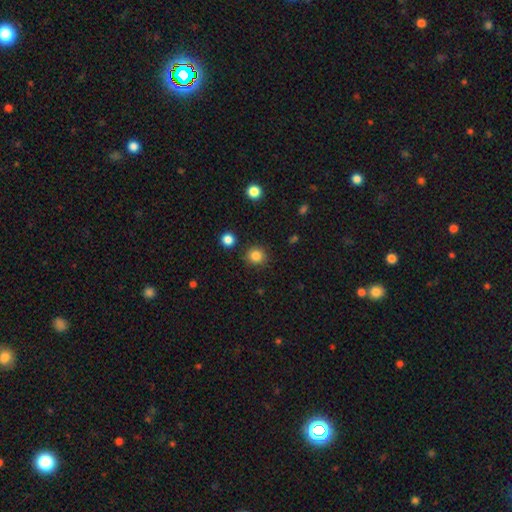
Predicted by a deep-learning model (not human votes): Morphology: type=smooth (83%); roundness=round (90%); merging=none (88%).